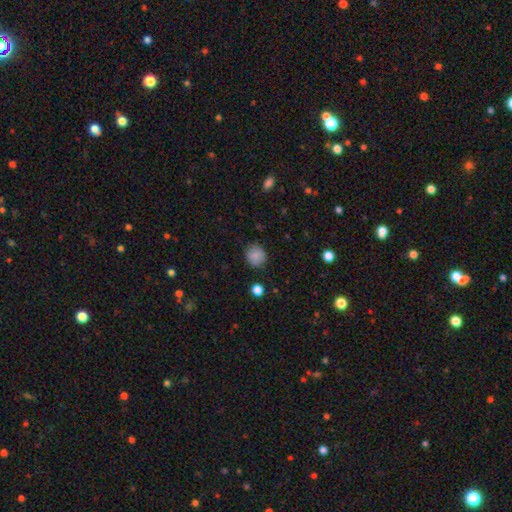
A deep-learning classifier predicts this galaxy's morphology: The model was most divided on "merging": none: 84%, minor disturbance: 12%, major disturbance: 3%, merger: 1%. More confident: how rounded — round (86%); smooth or featured — smooth (85%).